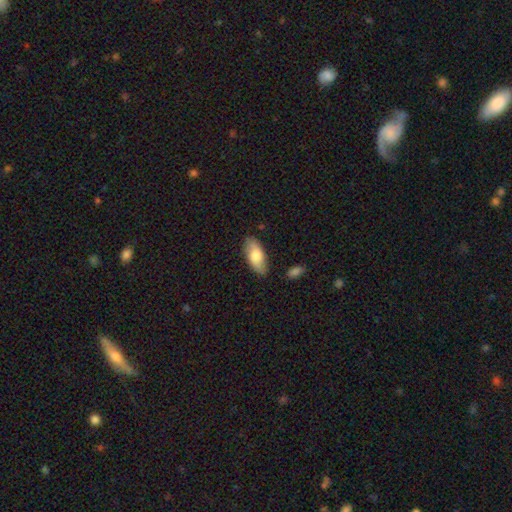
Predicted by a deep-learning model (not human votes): Overall: smooth (77%). How rounded: in between (89%). Merging: none (82%).